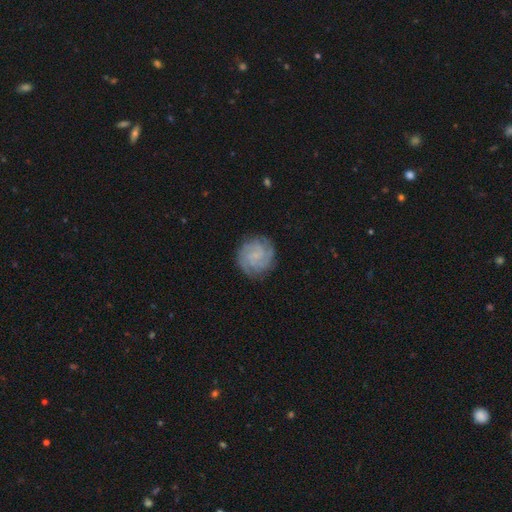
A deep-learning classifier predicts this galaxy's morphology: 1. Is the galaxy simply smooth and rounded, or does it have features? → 72% featured or disk, 20% smooth, 8% star or artifact.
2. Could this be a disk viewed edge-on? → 98% no, 2% yes.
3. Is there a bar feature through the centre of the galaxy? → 61% no, 34% weak, 6% strong.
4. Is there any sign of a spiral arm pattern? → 94% yes, 6% no.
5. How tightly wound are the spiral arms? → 65% tight, 28% medium, 7% loose.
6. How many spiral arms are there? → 30% can't tell, 23% 3, 20% 4, 13% 2, 7% more than 4, 7% 1.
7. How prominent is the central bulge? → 50% small, 38% none, 10% moderate, 1% large, 1% dominant.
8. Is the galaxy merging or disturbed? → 82% none, 13% minor disturbance, 4% major disturbance, 1% merger.